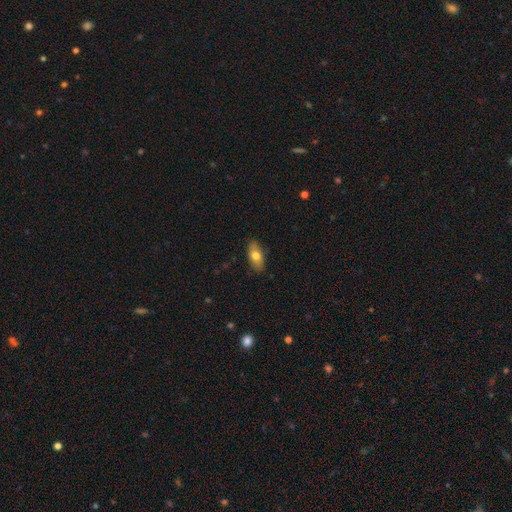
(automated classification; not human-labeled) Q: Smooth or featured?
A: smooth (73%); runner-up: featured or disk (21%)
Q: How rounded?
A: in between (85%); runner-up: cigar-shaped (11%)
Q: Merging?
A: none (87%); runner-up: minor disturbance (10%)